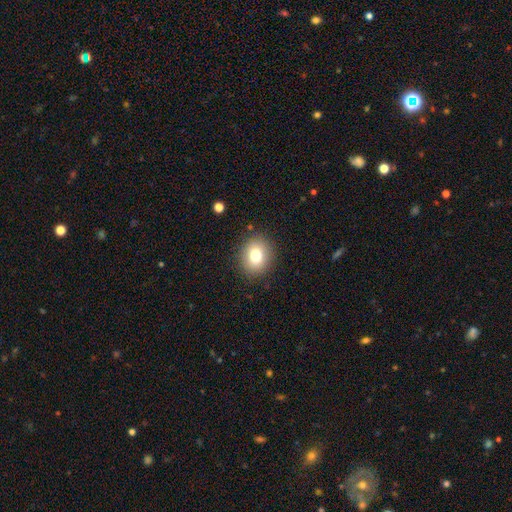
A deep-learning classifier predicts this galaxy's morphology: smooth-or-featured: smooth: 77% | star or artifact: 11% | featured or disk: 11%
  how-rounded: round: 66% | in between: 33% | cigar-shaped: 1%
  merging: none: 88% | minor disturbance: 8% | major disturbance: 3% | merger: 1%